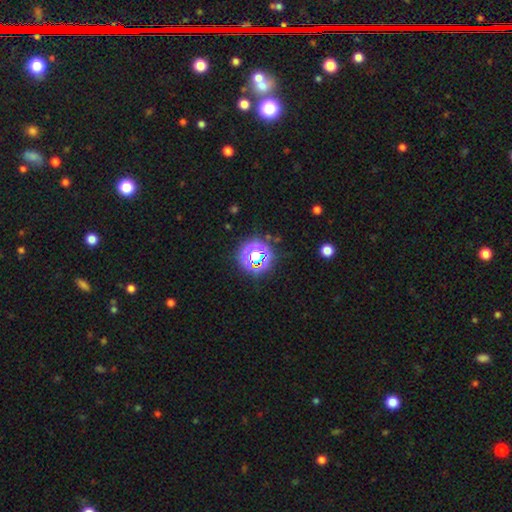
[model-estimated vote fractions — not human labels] This appears to be a star or artifact, not a galaxy (63%).